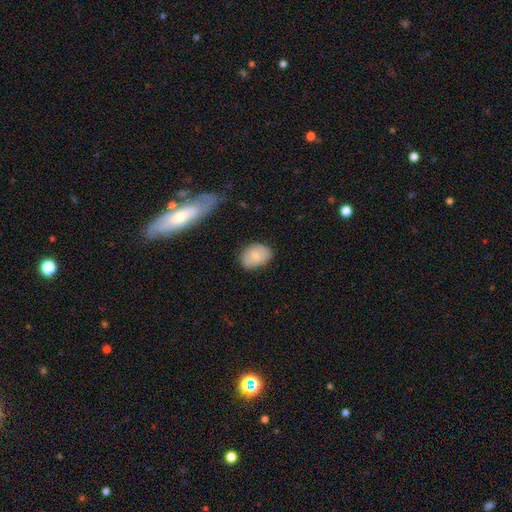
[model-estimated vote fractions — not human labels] A smooth galaxy with no disk features (74%) that is in between round and cigar-shaped (76%). Merging: none (75%).